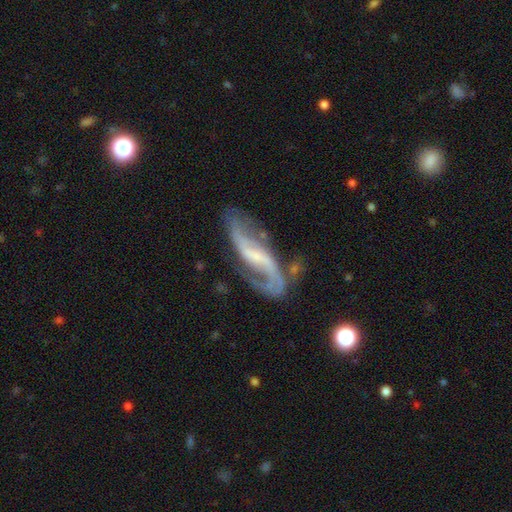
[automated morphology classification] featured or disk 88%, smooth 7%, star or artifact 6%. Down the decision tree: edge-on disk — no (93%); bar — weak (44%); spiral arms — yes (96%); spiral arm count — 2 (89%); spiral winding — loose (57%); bulge size — small (47%); merging — none (61%).